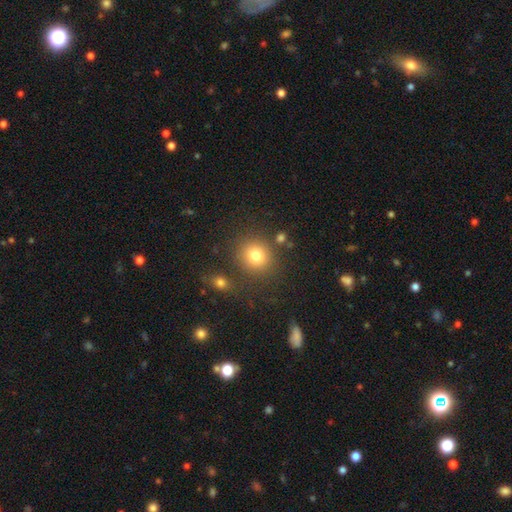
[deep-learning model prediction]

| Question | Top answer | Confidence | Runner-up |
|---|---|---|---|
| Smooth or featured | smooth | 80% | star or artifact (12%) |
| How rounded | round | 84% | in between (15%) |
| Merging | none | 80% | minor disturbance (9%) |